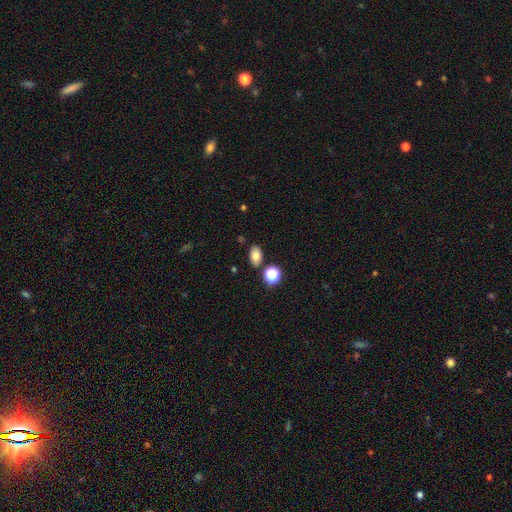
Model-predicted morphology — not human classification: Overall: smooth (79%). How rounded: in between (84%). Merging: none (80%).